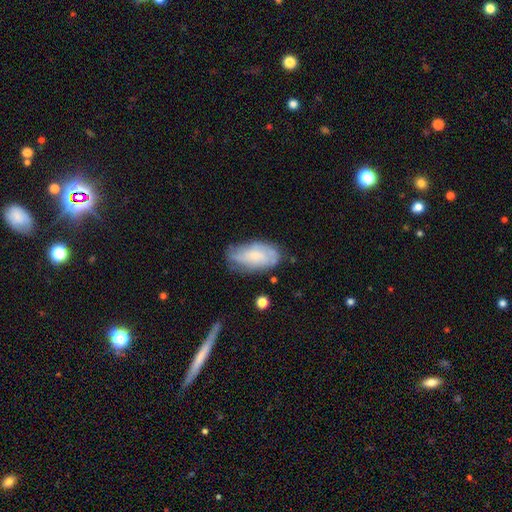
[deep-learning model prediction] Overall: featured or disk (52%; smooth 40%). Edge-on disk: no (94%). Merging: none (63%; minor disturbance 26%).